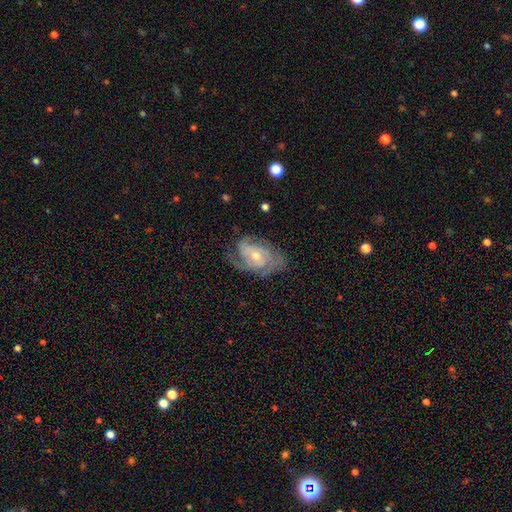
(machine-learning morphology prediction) A featured or disk galaxy (87%) with no bar (60%), 3 (36%) tight (58%) spiral arms (97%) and a moderate central bulge (52%).

Vote fractions:
- Smooth or featured? featured or disk: 87% / smooth: 7% / star or artifact: 5%
- Edge-on disk? no: 96% / yes: 4%
- Bar? no: 60% / weak: 30% / strong: 10%
- Spiral arms? yes: 97% / no: 3%
- Spiral winding? tight: 58% / medium: 34% / loose: 7%
- Spiral arm count? 3: 36% / 2: 30% / can't tell: 16% / 4: 8% / 1: 5% / more than 4: 5%
- Bulge size? moderate: 52% / small: 44% / large: 2% / none: 1% / dominant: 1%
- Merging? none: 71% / minor disturbance: 19% / major disturbance: 8% / merger: 1%